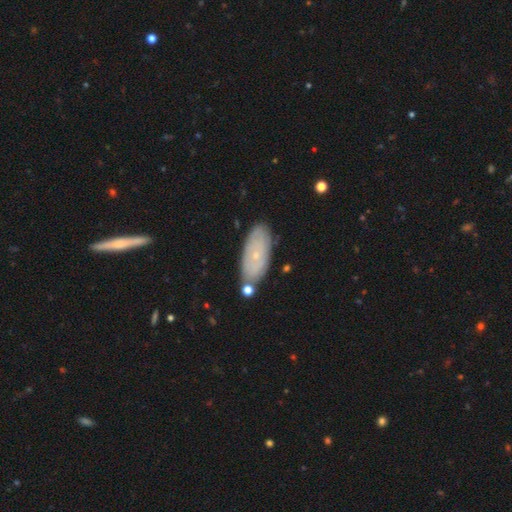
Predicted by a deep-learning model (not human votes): smooth 46%, featured or disk 45%, star or artifact 8%. Down the decision tree: merging — none (79%).